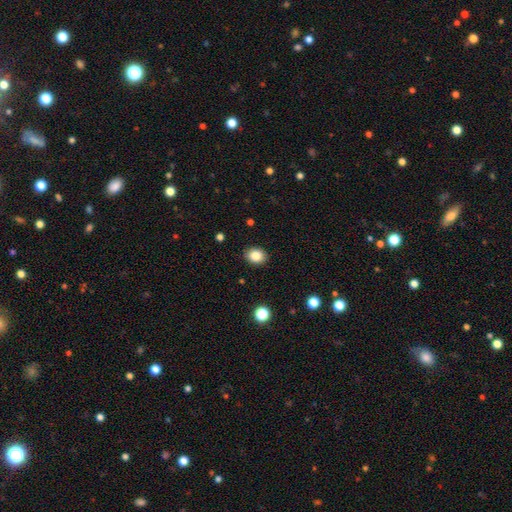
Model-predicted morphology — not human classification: type=smooth (85%); roundness=in between (52%); merging=none (90%).